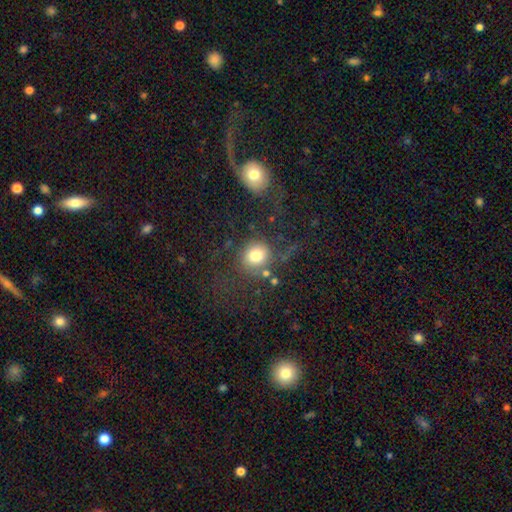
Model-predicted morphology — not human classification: type=smooth (72%); roundness=round (80%); merging=none (60%).